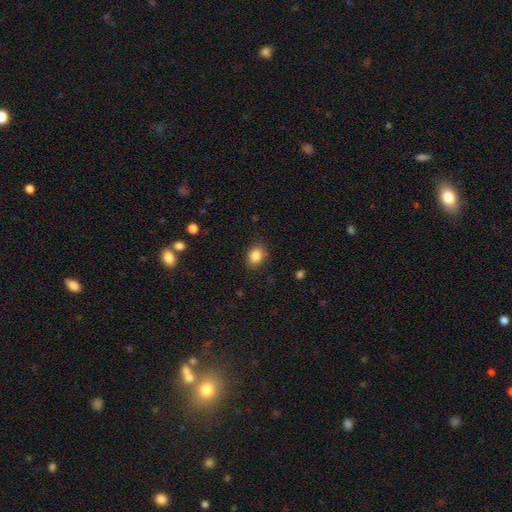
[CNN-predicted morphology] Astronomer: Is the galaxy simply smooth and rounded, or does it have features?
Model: smooth — 85%.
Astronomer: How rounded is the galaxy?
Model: in between — 52% (runner-up: round, 47%).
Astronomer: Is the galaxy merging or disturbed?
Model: none — 84%.